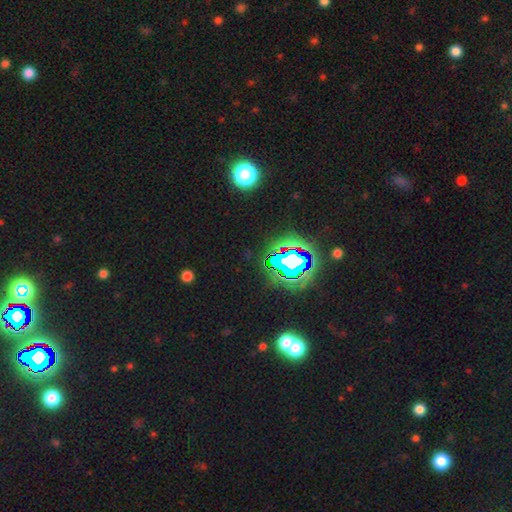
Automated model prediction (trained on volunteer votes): This is likely a star or artifact rather than a galaxy (76%).